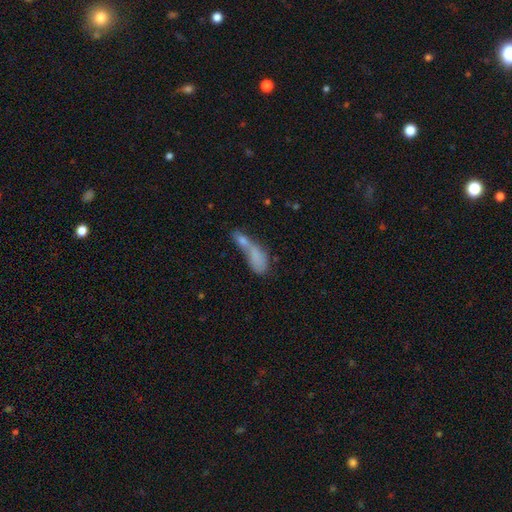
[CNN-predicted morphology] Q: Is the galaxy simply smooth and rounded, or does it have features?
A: smooth — 66%.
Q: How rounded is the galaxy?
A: in between — 60%.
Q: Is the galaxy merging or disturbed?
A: merger — 64%.